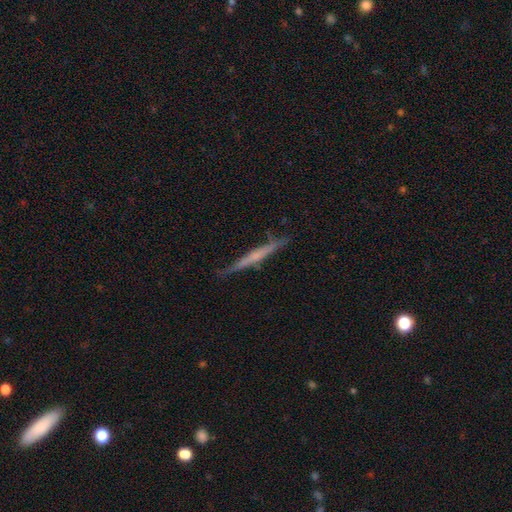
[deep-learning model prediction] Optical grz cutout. It shows a featured or disk galaxy (63%) viewed edge-on (97%) with no central bulge (58%). Merging: none (85%).